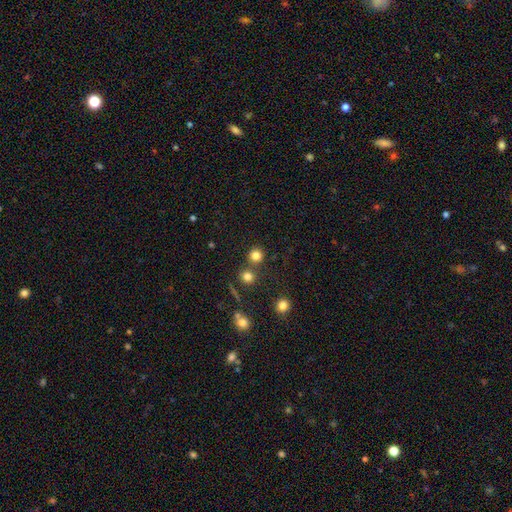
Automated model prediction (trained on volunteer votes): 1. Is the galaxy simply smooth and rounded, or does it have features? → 80% smooth, 14% star or artifact, 6% featured or disk.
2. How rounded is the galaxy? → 92% round, 7% in between, 1% cigar-shaped.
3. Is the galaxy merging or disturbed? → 72% none, 18% merger, 7% minor disturbance, 3% major disturbance.